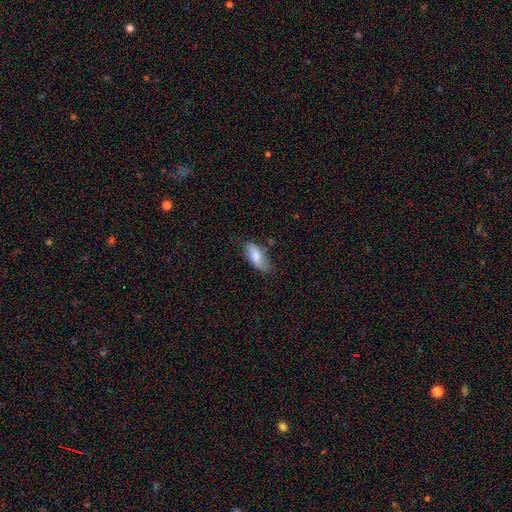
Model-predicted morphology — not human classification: Q: Smooth or featured?
A: smooth (77%); runner-up: featured or disk (17%)
Q: How rounded?
A: in between (88%); runner-up: cigar-shaped (9%)
Q: Merging?
A: none (57%); runner-up: minor disturbance (32%)